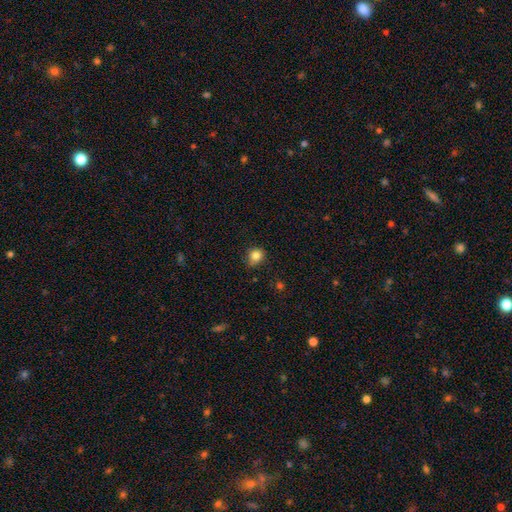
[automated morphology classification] Overall: smooth (84%). How rounded: round (73%). Merging: none (72%).